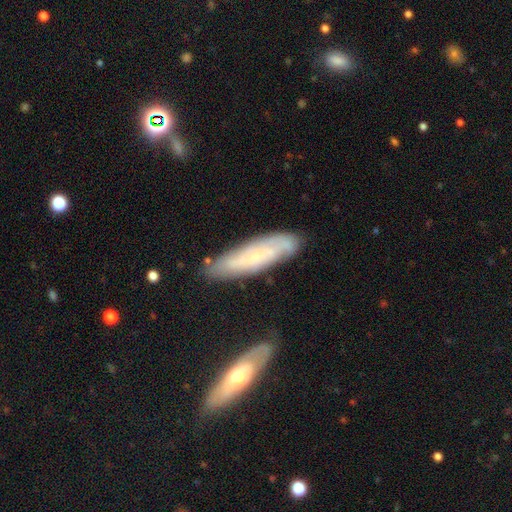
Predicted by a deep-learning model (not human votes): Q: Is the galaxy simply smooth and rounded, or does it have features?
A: featured or disk — 47%.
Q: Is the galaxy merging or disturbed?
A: none — 78%.